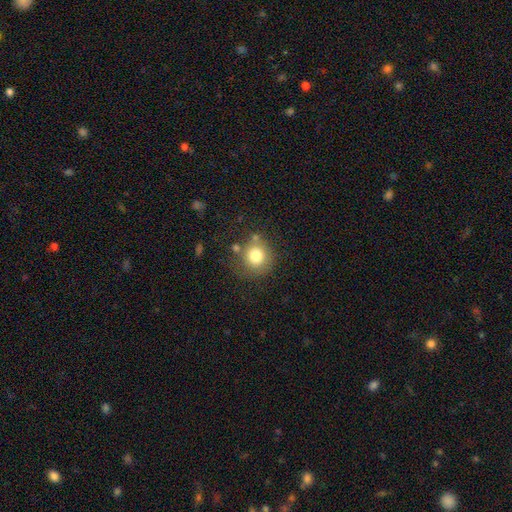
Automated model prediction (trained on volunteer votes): Q: Smooth or featured?
A: smooth (79%); runner-up: star or artifact (11%)
Q: How rounded?
A: round (87%); runner-up: in between (12%)
Q: Merging?
A: none (70%); runner-up: minor disturbance (16%)